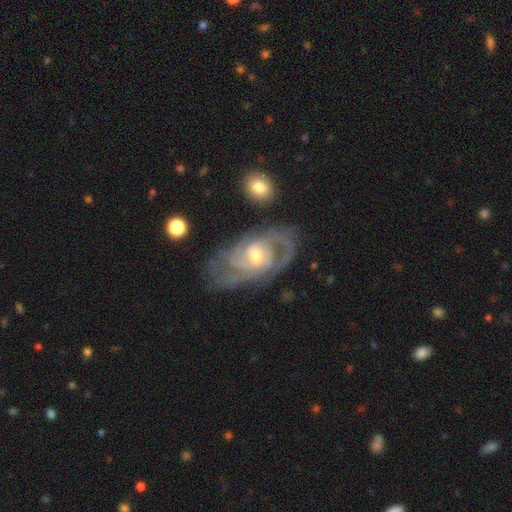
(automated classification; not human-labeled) Smooth or featured?
  - featured or disk: 91% *
  - smooth: 5%
  - star or artifact: 4%
Edge-on disk?
  - no: 97% *
  - yes: 3%
Bar?
  - weak: 46% *
  - no: 42%
  - strong: 13%
Spiral arms?
  - yes: 97% *
  - no: 3%
Spiral winding?
  - tight: 49% *
  - medium: 43%
  - loose: 8%
Spiral arm count?
  - 2: 37% *
  - 3: 30%
  - can't tell: 17%
  - 4: 7%
  - 1: 5%
  - more than 4: 5%
Bulge size?
  - moderate: 56% *
  - small: 39%
  - large: 3%
  - none: 1%
  - dominant: 1%
Merging?
  - none: 66% *
  - minor disturbance: 19%
  - major disturbance: 12%
  - merger: 3%